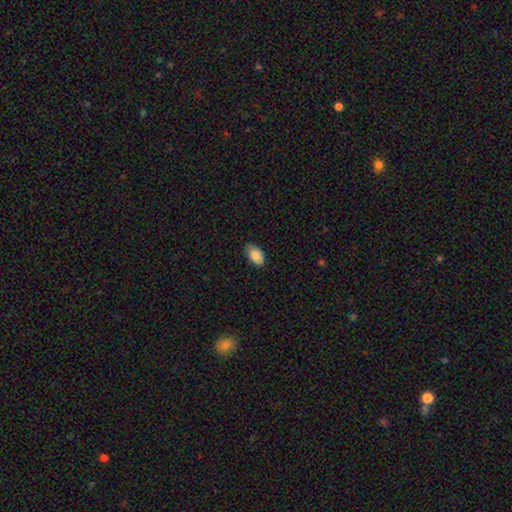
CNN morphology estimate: Smooth or featured? smooth (85%)
How rounded? in between (94%)
Merging? none (79%)